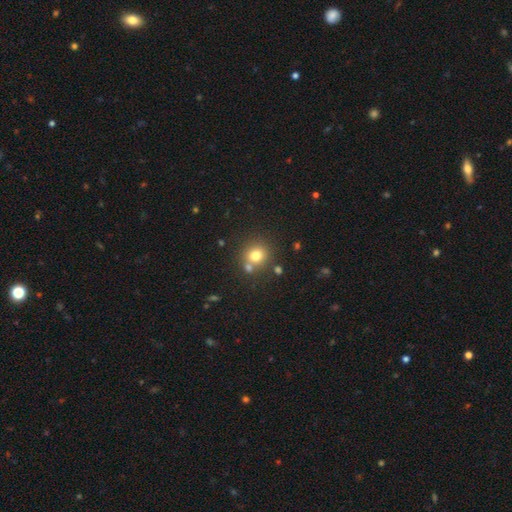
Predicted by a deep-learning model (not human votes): Smooth or featured?
  - smooth: 77% *
  - star or artifact: 14%
  - featured or disk: 10%
How rounded?
  - round: 86% *
  - in between: 13%
  - cigar-shaped: 1%
Merging?
  - none: 68% *
  - merger: 19%
  - minor disturbance: 10%
  - major disturbance: 3%